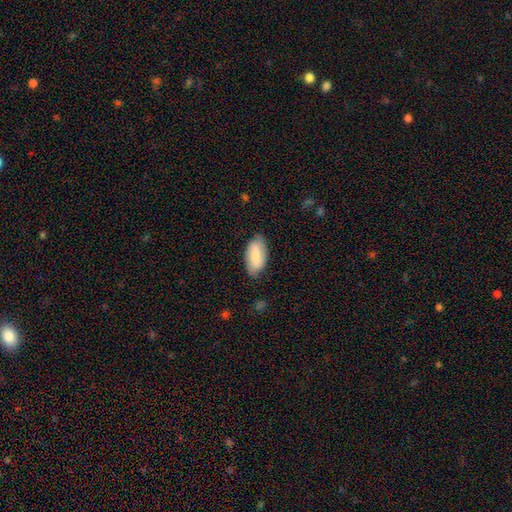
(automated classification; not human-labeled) This appears to be a smooth galaxy with no disk features (68%) that is in between round and cigar-shaped (92%). Merging: none (77%).